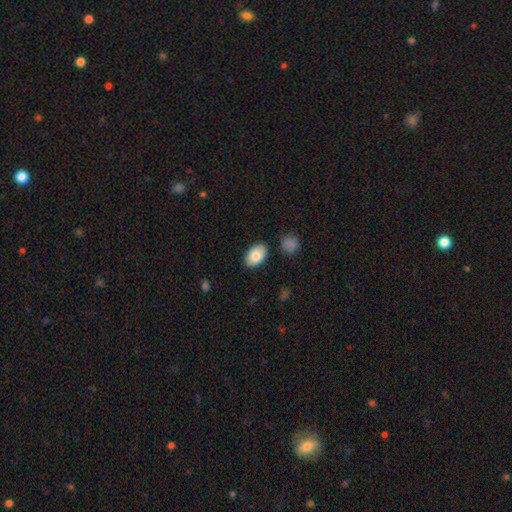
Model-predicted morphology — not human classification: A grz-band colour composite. It shows a smooth galaxy with no disk features (82%) that is in between round and cigar-shaped (90%). Merging: none (84%).